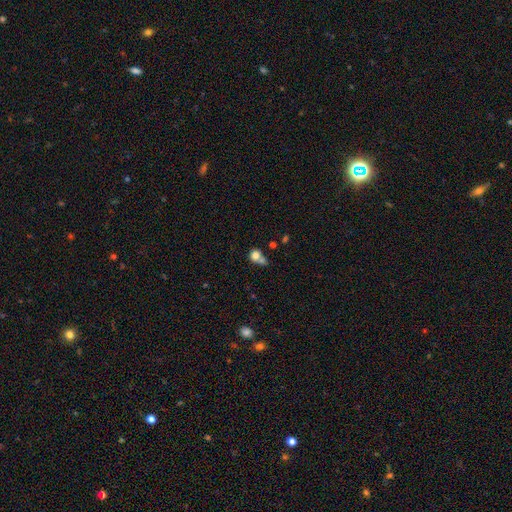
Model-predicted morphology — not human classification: smooth-or-featured: smooth: 76% | featured or disk: 12% | star or artifact: 11%
  how-rounded: round: 76% | in between: 23% | cigar-shaped: 1%
  merging: merger: 45% | none: 35% | minor disturbance: 12% | major disturbance: 8%